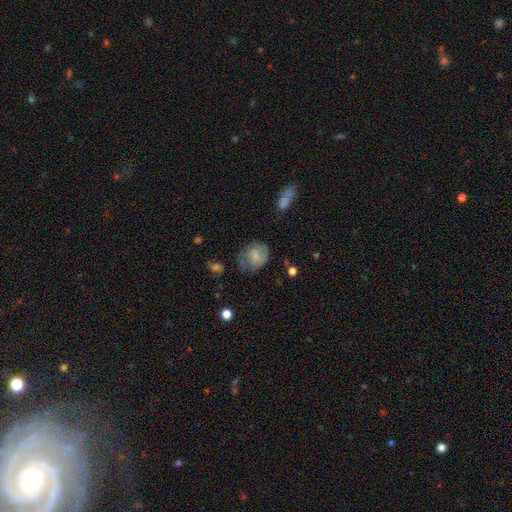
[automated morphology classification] Smooth or featured: smooth — 65% (featured or disk — 26%)
How rounded: round — 58% (in between — 41%)
Merging: none — 53% (minor disturbance — 28%)